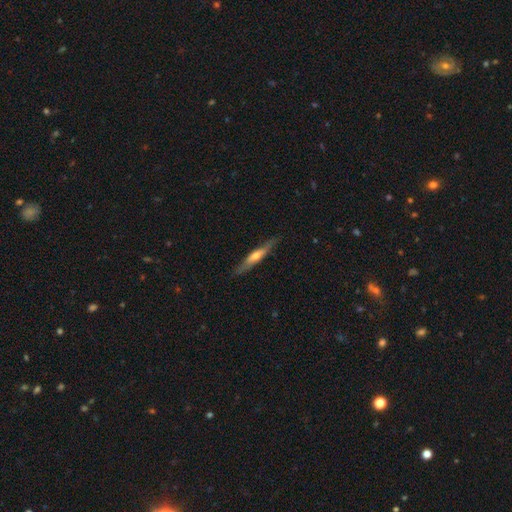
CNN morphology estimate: The model was most divided on "smooth or featured": featured or disk: 58%, smooth: 36%, star or artifact: 6%. More confident: edge-on disk — yes (92%); merging — none (85%); edge-on bulge — rounded (76%).